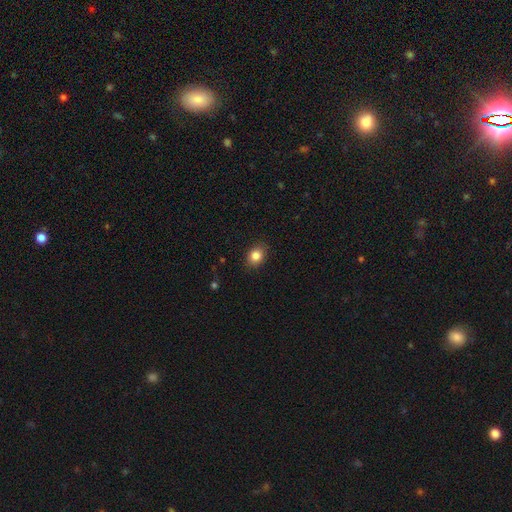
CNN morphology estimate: smooth-or-featured: smooth: 85% | star or artifact: 10% | featured or disk: 6%
  how-rounded: in between: 57% | round: 42% | cigar-shaped: 1%
  merging: none: 87% | minor disturbance: 10% | major disturbance: 2% | merger: 1%